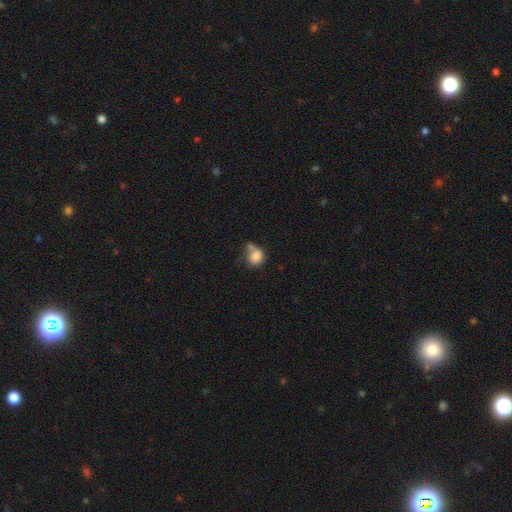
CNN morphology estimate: Smooth or featured? smooth (81%)
How rounded? round (57%)
Merging? none (31%)